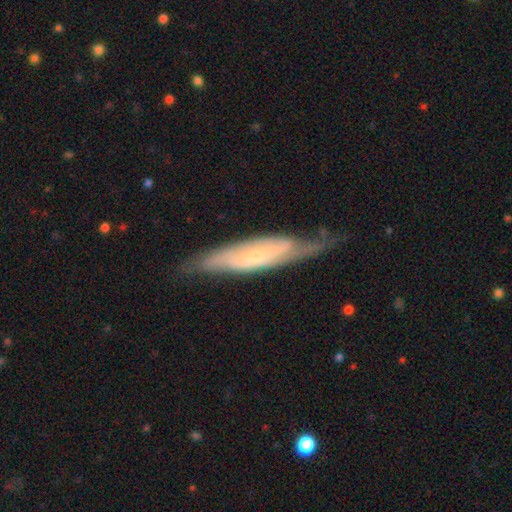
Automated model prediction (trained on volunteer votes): Morphology: type=featured or disk (73%); edge-on=no (56%); merging=none (64%).